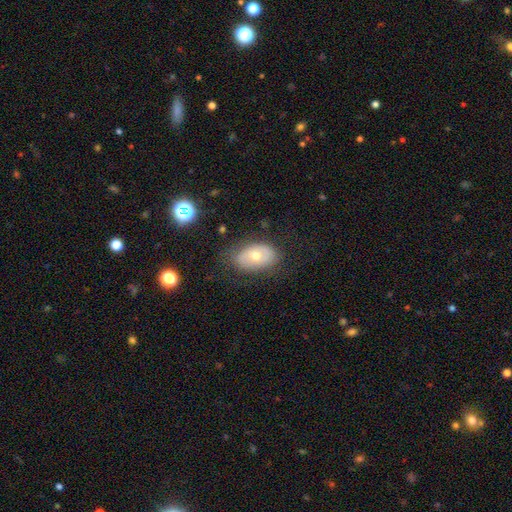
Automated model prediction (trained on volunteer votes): A smooth galaxy with no disk features (53%) that is in between round and cigar-shaped (88%). Merging: none (72%).